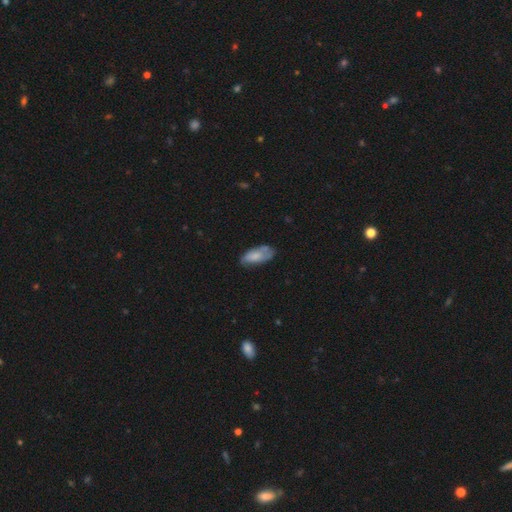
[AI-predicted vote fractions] Smooth or featured: smooth — 68% (featured or disk — 25%)
How rounded: in between — 87% (cigar-shaped — 11%)
Merging: none — 55% (minor disturbance — 31%)